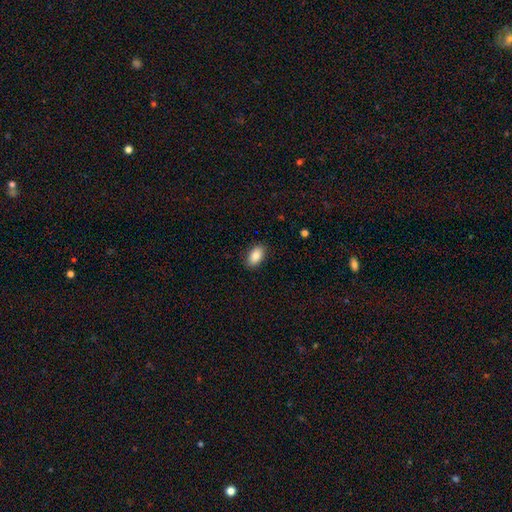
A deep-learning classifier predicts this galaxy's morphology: smooth-or-featured: smooth: 87% | star or artifact: 7% | featured or disk: 6%
  how-rounded: in between: 93% | round: 5% | cigar-shaped: 2%
  merging: none: 88% | minor disturbance: 9% | major disturbance: 2% | merger: 1%